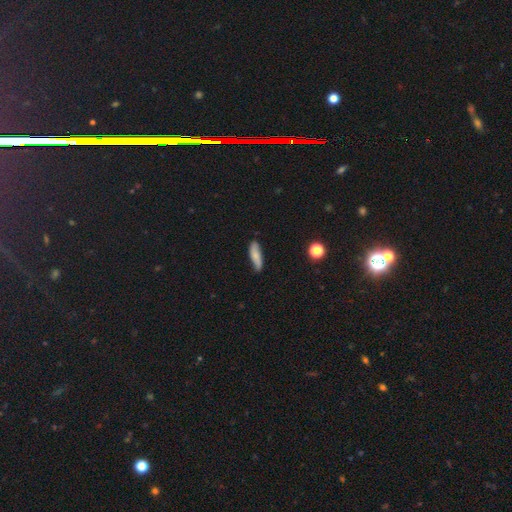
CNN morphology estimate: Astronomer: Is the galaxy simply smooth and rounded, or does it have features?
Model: smooth — 72%.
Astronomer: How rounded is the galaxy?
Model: cigar-shaped — 57% (runner-up: in between, 41%).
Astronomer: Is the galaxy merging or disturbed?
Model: none — 79%.